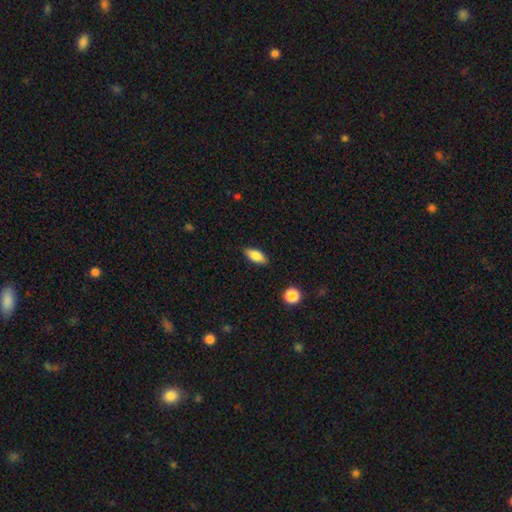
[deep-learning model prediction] Smooth or featured: smooth — 78% (featured or disk — 15%)
How rounded: in between — 80% (cigar-shaped — 16%)
Merging: none — 86% (minor disturbance — 11%)